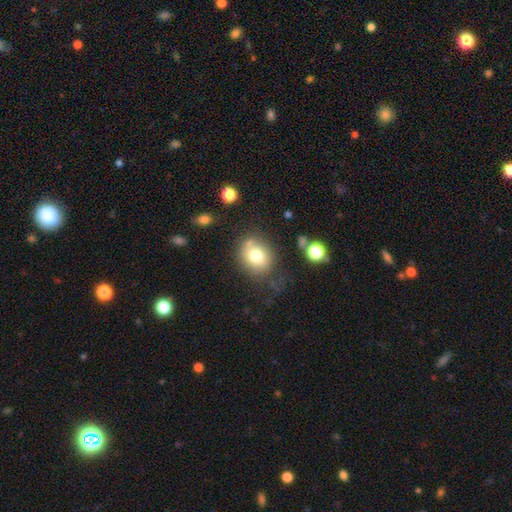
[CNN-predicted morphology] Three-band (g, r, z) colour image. It shows a smooth galaxy with no disk features (75%) that is round (65%). Merging: none (68%).